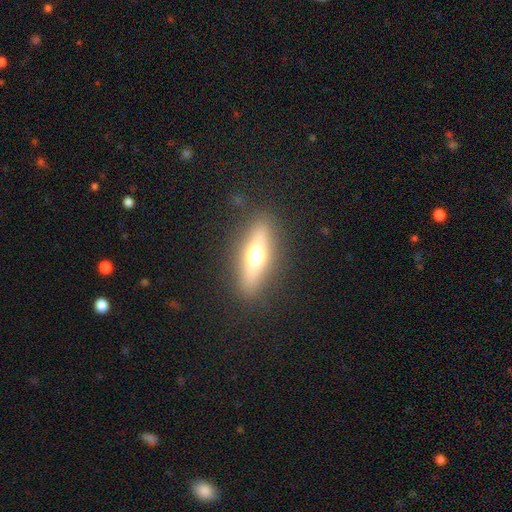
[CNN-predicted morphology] Smooth or featured? Predicted: smooth (p=0.47). Merging? Predicted: none (p=0.87).